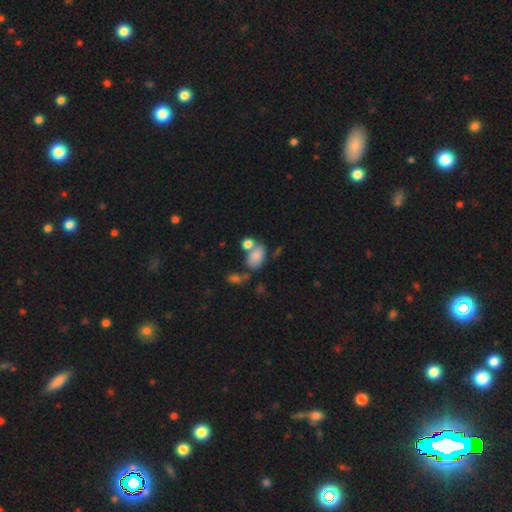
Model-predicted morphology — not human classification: smooth-or-featured: smooth: 81% | featured or disk: 10% | star or artifact: 10%
  how-rounded: in between: 82% | round: 17% | cigar-shaped: 2%
  merging: none: 42% | merger: 35% | minor disturbance: 16% | major disturbance: 7%